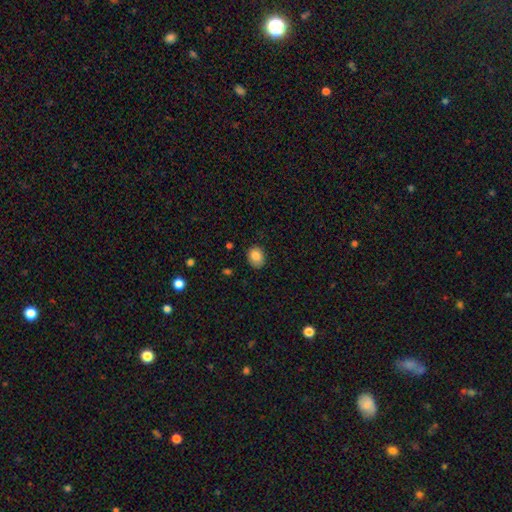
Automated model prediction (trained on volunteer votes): Smooth or featured? smooth (83%)
How rounded? in between (55%)
Merging? none (83%)